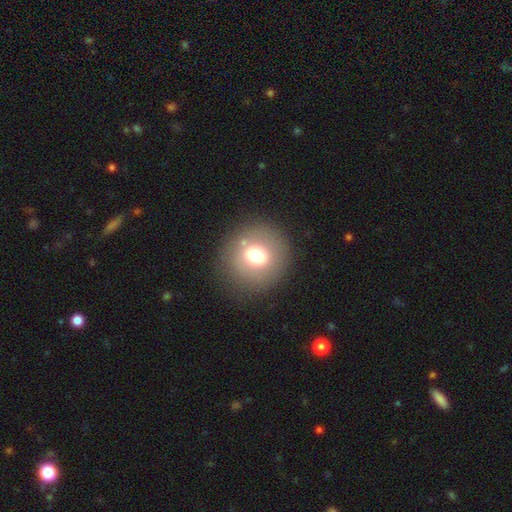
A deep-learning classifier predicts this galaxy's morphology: Smooth or featured: smooth — 68% (featured or disk — 19%)
How rounded: round — 93% (in between — 6%)
Merging: none — 84% (minor disturbance — 9%)